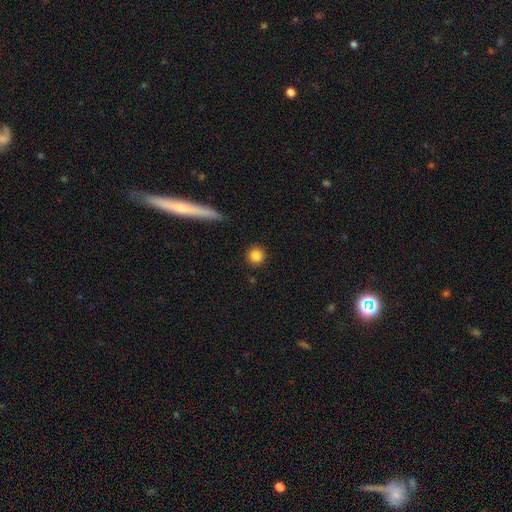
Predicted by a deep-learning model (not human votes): Morphology: type=smooth (85%); roundness=round (94%); merging=none (91%).